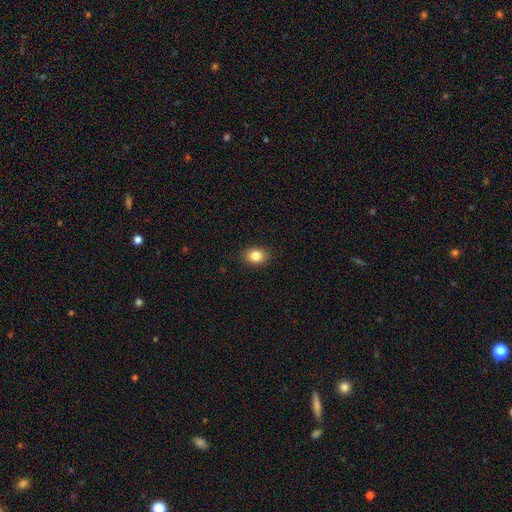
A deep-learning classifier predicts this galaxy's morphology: Overall: smooth (84%). How rounded: in between (63%; round 36%). Merging: none (88%).